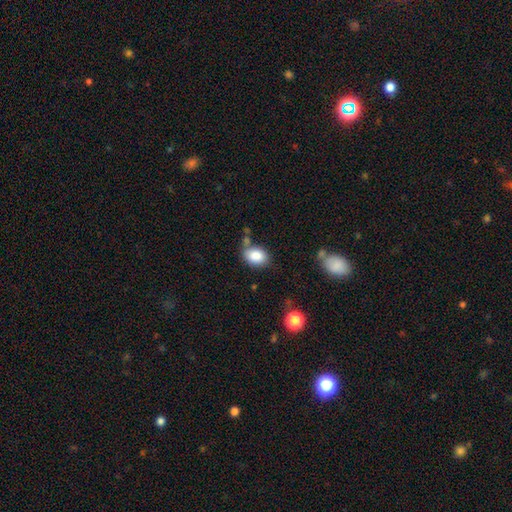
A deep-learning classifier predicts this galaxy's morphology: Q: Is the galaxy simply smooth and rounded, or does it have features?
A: smooth — 85%.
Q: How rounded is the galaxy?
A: in between — 78%.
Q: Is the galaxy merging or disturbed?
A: none — 61%.